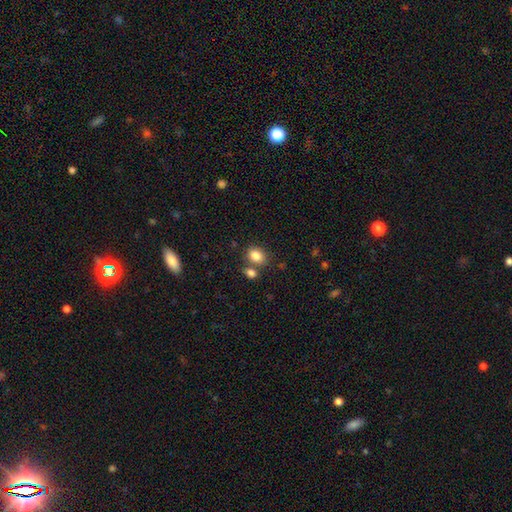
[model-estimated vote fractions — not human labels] smooth_or_featured: smooth (p=0.85) [alt: star or artifact p=0.09]
how_rounded: in between (p=0.67) [alt: round p=0.32]
merging: none (p=0.64) [alt: merger p=0.22]